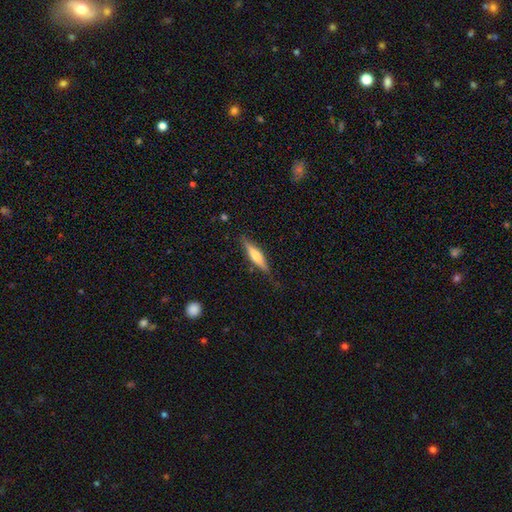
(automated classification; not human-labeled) Overall: featured or disk (55%; smooth 39%). Edge-on disk: yes (95%). Edge-on bulge: rounded (83%). Merging: none (84%).